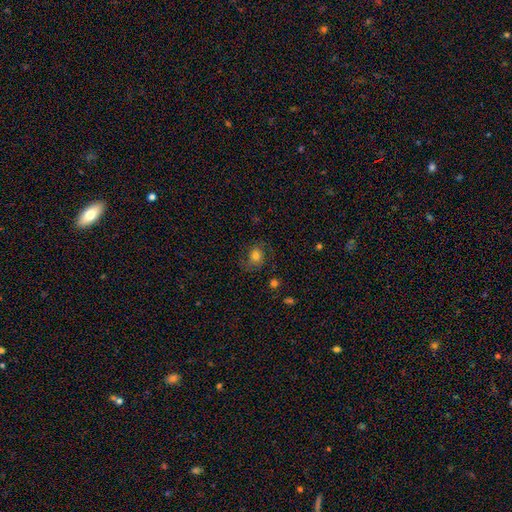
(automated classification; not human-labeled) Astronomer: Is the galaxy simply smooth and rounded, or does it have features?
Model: smooth — 65%.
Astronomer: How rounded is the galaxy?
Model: round — 63%.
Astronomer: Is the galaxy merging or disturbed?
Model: none — 71%.